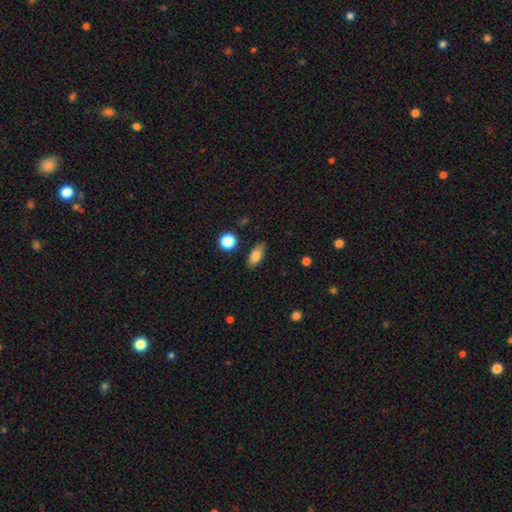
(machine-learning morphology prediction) Q: Smooth or featured?
A: smooth (81%); runner-up: featured or disk (11%)
Q: How rounded?
A: in between (81%); runner-up: cigar-shaped (13%)
Q: Merging?
A: none (82%); runner-up: minor disturbance (13%)